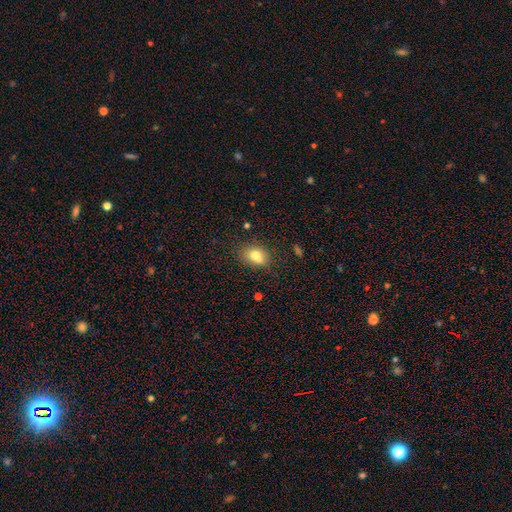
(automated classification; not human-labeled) The model was most divided on "how rounded": in between: 66%, round: 32%, cigar-shaped: 1%. More confident: smooth or featured — smooth (75%); merging — none (60%).